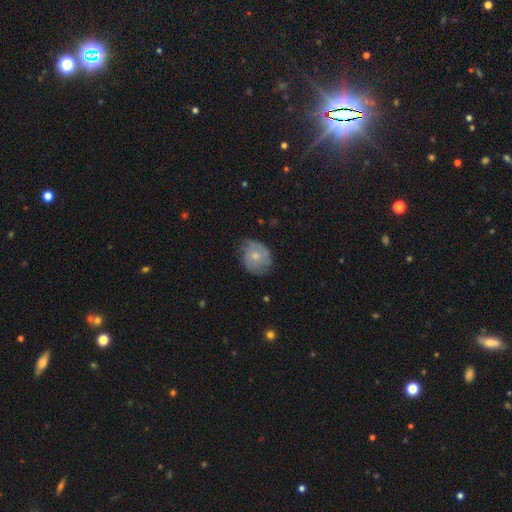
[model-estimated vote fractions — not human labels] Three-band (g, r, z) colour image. It shows a smooth galaxy with no disk features (51%) that is round (62%). Merging: none (60%).